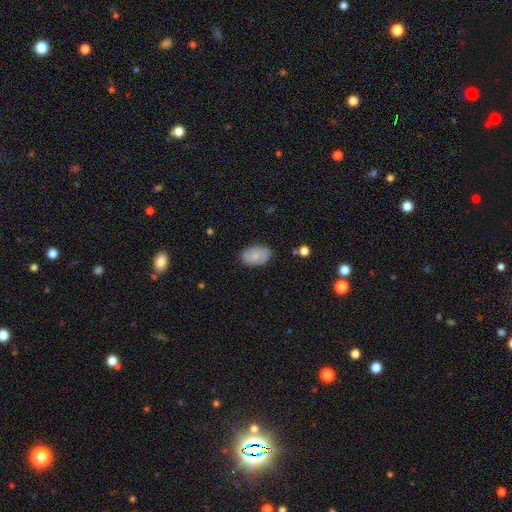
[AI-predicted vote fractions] Smooth or featured: smooth — 59% (featured or disk — 34%)
How rounded: in between — 87% (round — 11%)
Merging: none — 79% (minor disturbance — 16%)